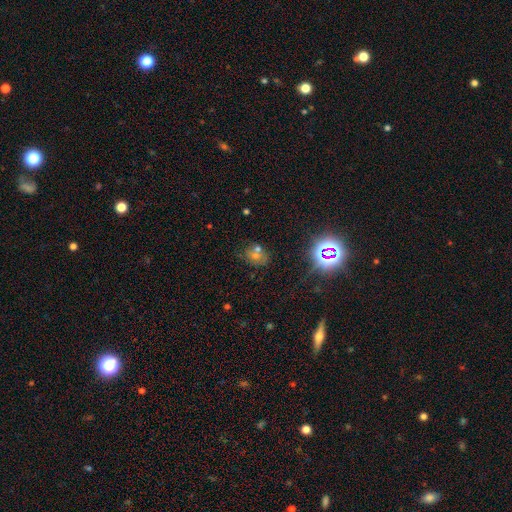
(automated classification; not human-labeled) This appears to be a star or artifact, not a galaxy (44%).